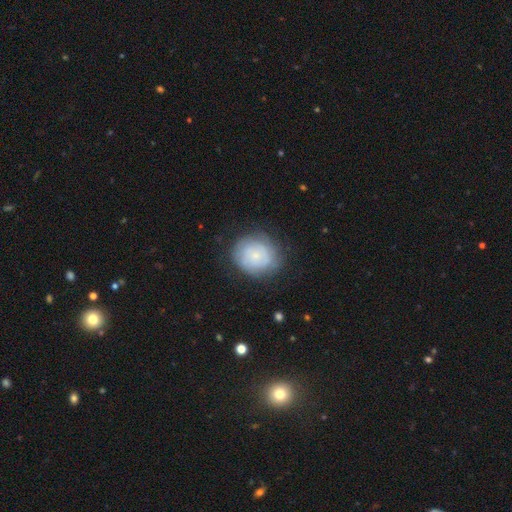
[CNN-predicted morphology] Overall: smooth (50%; featured or disk 42%). How rounded: round (76%). Merging: none (76%).